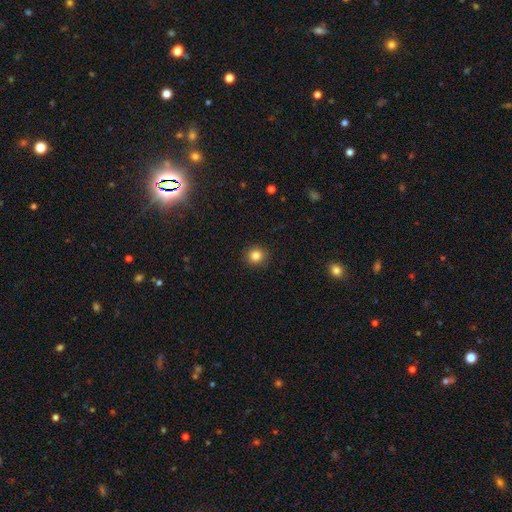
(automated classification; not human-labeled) smooth_or_featured: smooth (p=0.84) [alt: star or artifact p=0.11]
how_rounded: round (p=0.90) [alt: in between p=0.09]
merging: none (p=0.91) [alt: minor disturbance p=0.06]